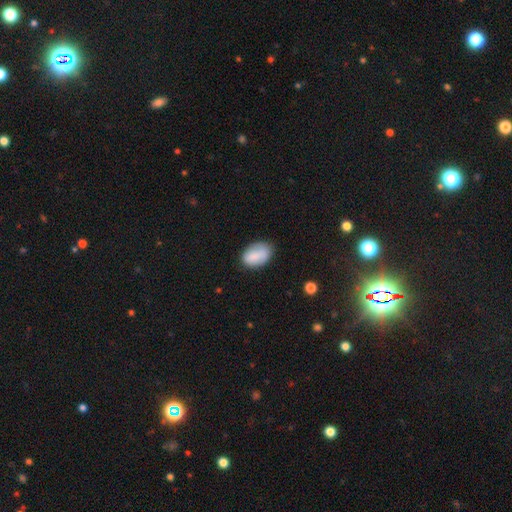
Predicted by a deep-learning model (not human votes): This is clearly a smooth galaxy (84%). How rounded: clearly in between (89%). Merging: likely none (73%).